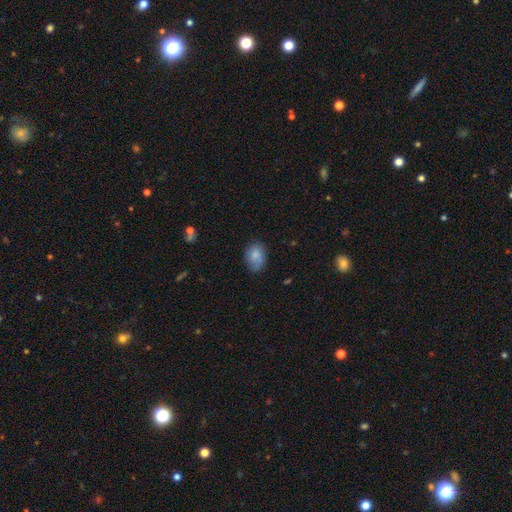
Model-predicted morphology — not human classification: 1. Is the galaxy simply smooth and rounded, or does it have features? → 79% smooth, 13% featured or disk, 8% star or artifact.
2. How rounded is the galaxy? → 76% in between, 23% round, 1% cigar-shaped.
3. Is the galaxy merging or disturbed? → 68% none, 24% minor disturbance, 6% major disturbance, 2% merger.